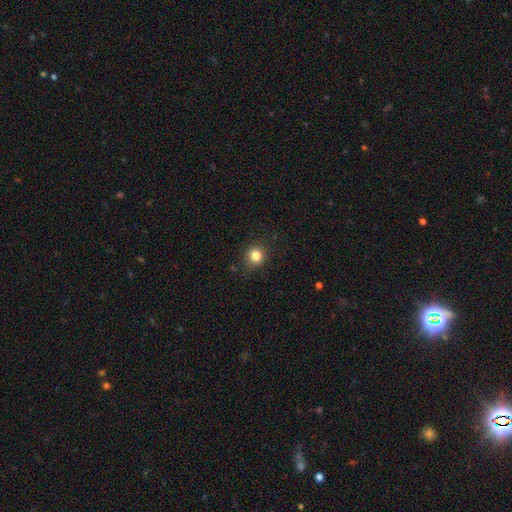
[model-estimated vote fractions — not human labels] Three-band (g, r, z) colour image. It shows a smooth galaxy with no disk features (83%) that is round (88%). Merging: none (85%).